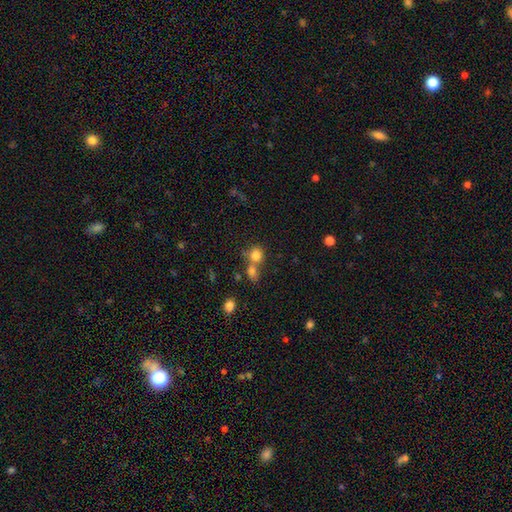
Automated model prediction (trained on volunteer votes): Overall: smooth (79%). How rounded: round (82%). Merging: none (46%; merger 42%).